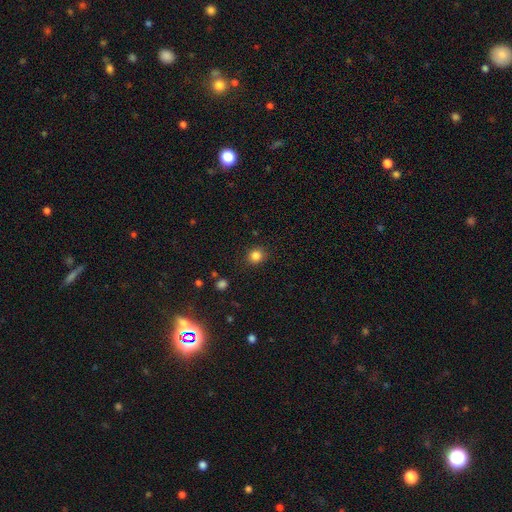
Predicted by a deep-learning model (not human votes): A smooth galaxy with no disk features (84%) that is round (86%). Merging: none (89%).